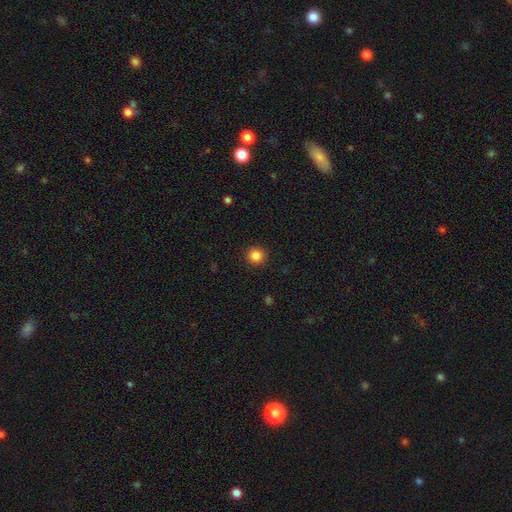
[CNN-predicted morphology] A smooth galaxy with no disk features (85%) that is round (95%).

Vote fractions:
- Smooth or featured? smooth: 85% / star or artifact: 11% / featured or disk: 4%
- How rounded? round: 95% / in between: 4% / cigar-shaped: 1%
- Merging? none: 92% / minor disturbance: 5% / major disturbance: 2% / merger: 1%